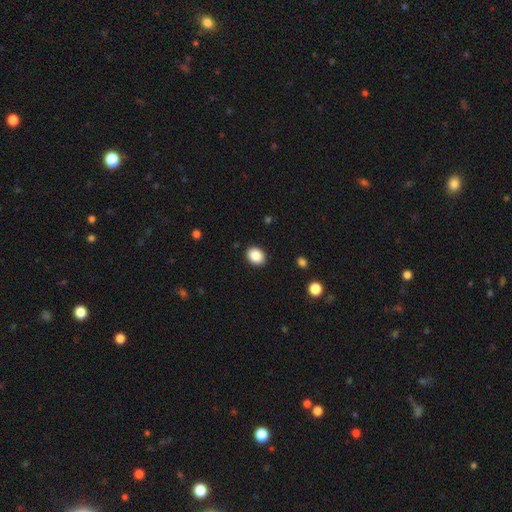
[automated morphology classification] This is clearly a smooth galaxy (88%). How rounded: possibly in between (53%). Merging: clearly none (90%).